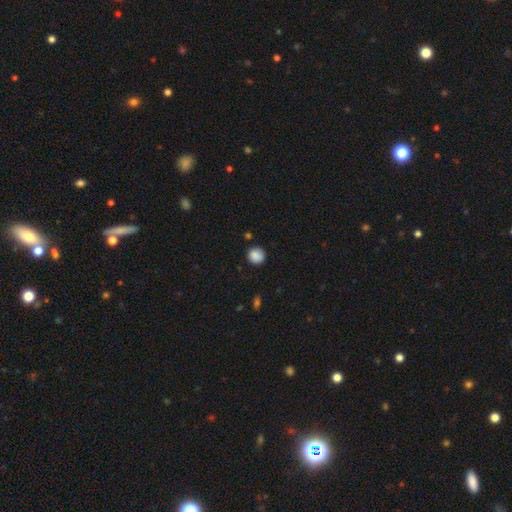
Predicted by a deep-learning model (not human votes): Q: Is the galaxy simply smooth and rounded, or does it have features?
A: smooth — 88%.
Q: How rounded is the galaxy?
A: round — 90%.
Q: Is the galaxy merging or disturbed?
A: none — 87%.